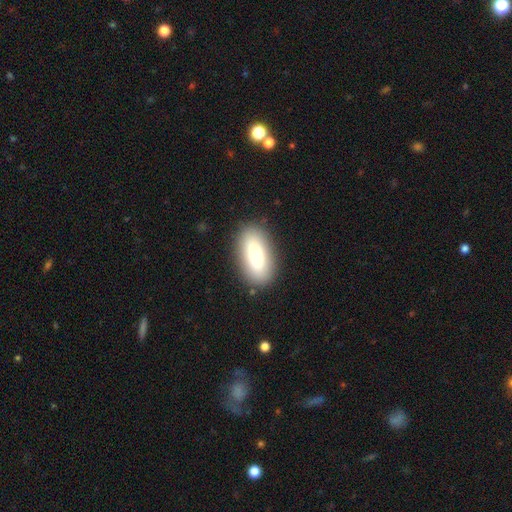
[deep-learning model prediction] This is likely a smooth galaxy (78%). How rounded: clearly in between (87%). Merging: clearly none (85%).